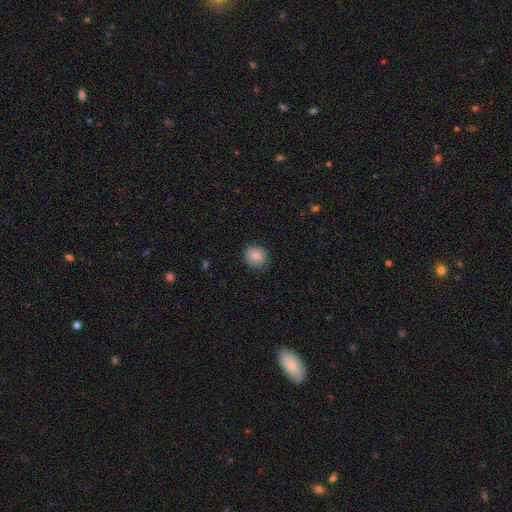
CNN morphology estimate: Smooth or featured: smooth — 83% (star or artifact — 9%)
How rounded: round — 83% (in between — 16%)
Merging: none — 82% (minor disturbance — 14%)